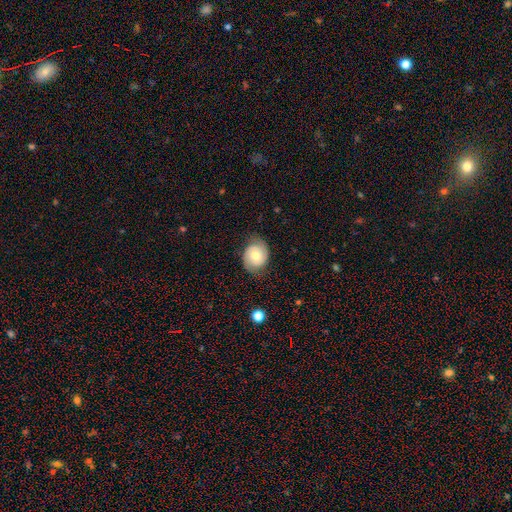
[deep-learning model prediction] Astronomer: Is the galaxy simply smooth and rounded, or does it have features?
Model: featured or disk — 54% (runner-up: smooth, 39%).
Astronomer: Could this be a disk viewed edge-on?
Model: no — 97%.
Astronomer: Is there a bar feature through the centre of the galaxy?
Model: no — 67%.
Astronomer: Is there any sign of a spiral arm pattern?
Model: yes — 85%.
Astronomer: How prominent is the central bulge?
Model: moderate — 67%.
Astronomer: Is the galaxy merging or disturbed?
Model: none — 74%.